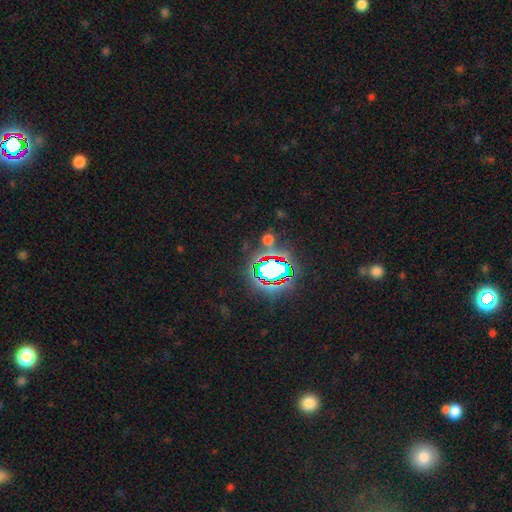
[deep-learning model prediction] The model was most divided on "smooth or featured": star or artifact: 79%, smooth: 12%, featured or disk: 8%.